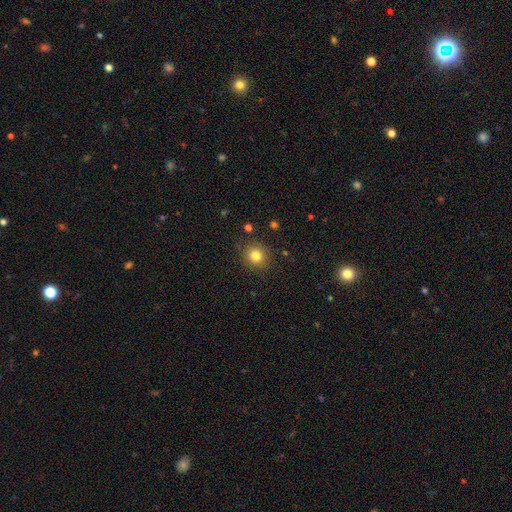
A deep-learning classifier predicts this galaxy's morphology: Smooth or featured: smooth — 81% (star or artifact — 12%)
How rounded: round — 86% (in between — 13%)
Merging: none — 86% (minor disturbance — 9%)